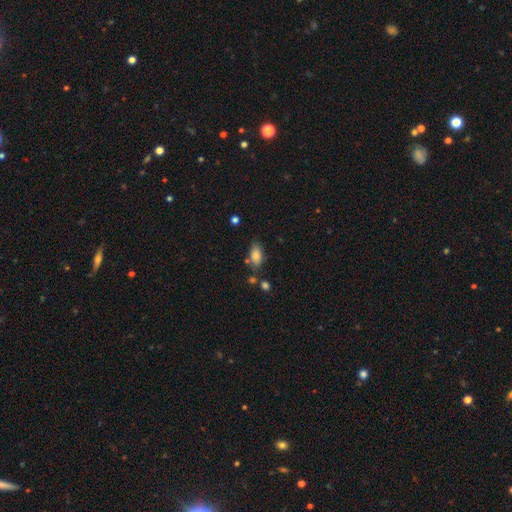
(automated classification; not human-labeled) Morphology: type=smooth (82%); roundness=in between (90%); merging=none (71%).